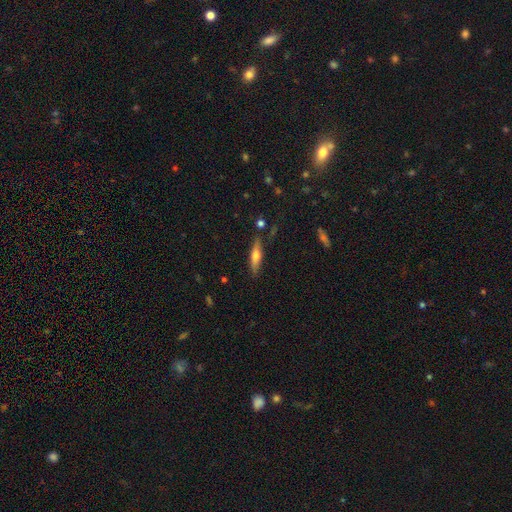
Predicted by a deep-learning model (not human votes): smooth-or-featured: smooth: 47% | featured or disk: 46% | star or artifact: 7%
  merging: none: 82% | minor disturbance: 12% | merger: 3% | major disturbance: 3%